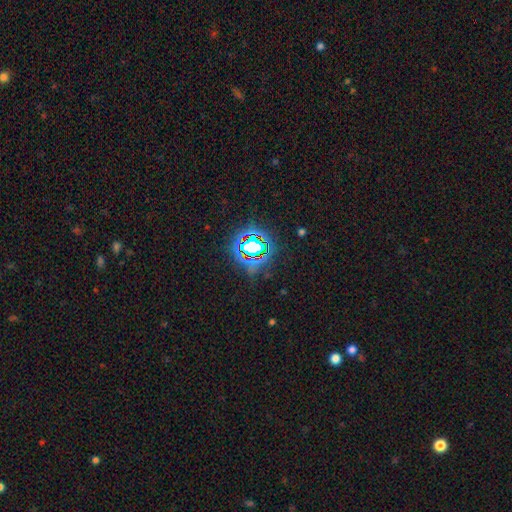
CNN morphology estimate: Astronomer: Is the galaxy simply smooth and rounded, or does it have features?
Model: star or artifact — 82%.